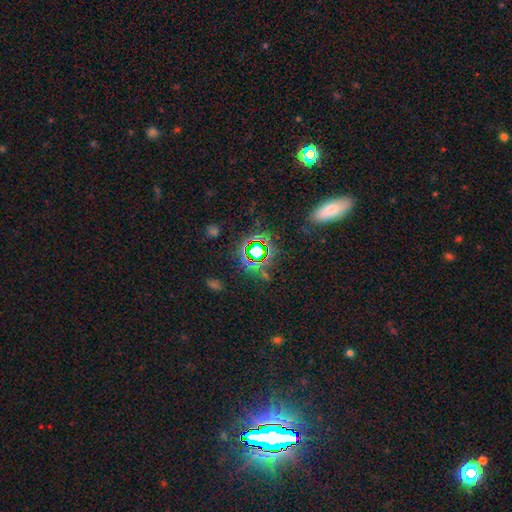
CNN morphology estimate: This is likely a star or artifact rather than a galaxy (69%).